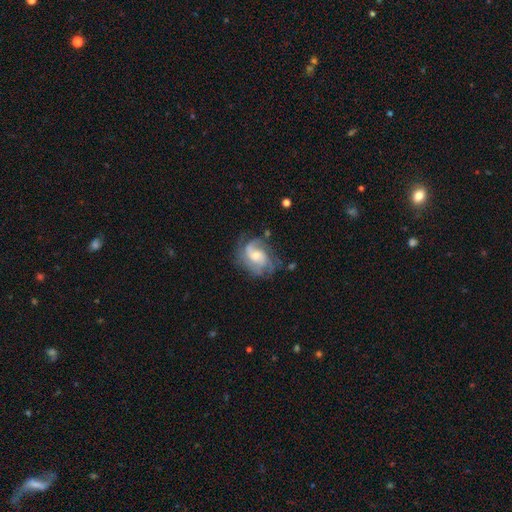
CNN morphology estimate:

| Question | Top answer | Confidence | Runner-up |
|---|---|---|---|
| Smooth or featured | featured or disk | 81% | smooth (13%) |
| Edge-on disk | no | 97% | yes (3%) |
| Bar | no | 60% | weak (34%) |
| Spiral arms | yes | 94% | no (6%) |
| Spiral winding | medium | 44% | tight (37%) |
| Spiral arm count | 2 | 31% | 3 (26%) |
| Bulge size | moderate | 47% | small (45%) |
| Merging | none | 64% | minor disturbance (21%) |